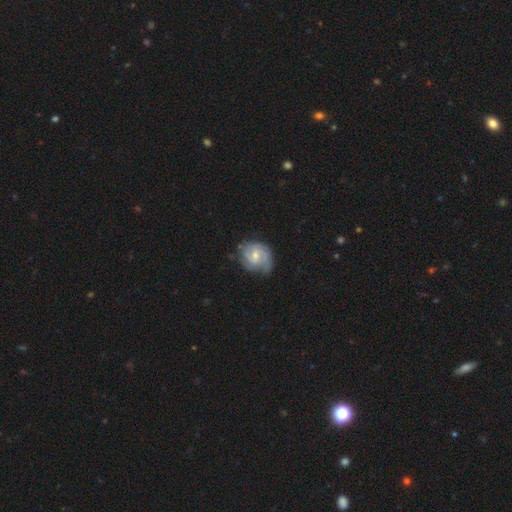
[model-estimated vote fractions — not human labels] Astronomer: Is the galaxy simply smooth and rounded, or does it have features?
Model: featured or disk — 67%.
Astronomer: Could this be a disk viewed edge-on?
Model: no — 98%.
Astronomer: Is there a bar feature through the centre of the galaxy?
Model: weak — 47% (runner-up: no, 45%).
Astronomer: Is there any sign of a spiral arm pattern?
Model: yes — 88%.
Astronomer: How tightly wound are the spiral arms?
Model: tight — 45% (runner-up: medium, 40%).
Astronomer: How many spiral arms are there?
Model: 2 — 47% (runner-up: can't tell, 26%).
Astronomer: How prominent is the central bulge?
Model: small — 50% (runner-up: moderate, 45%).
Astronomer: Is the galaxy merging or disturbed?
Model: none — 58%.